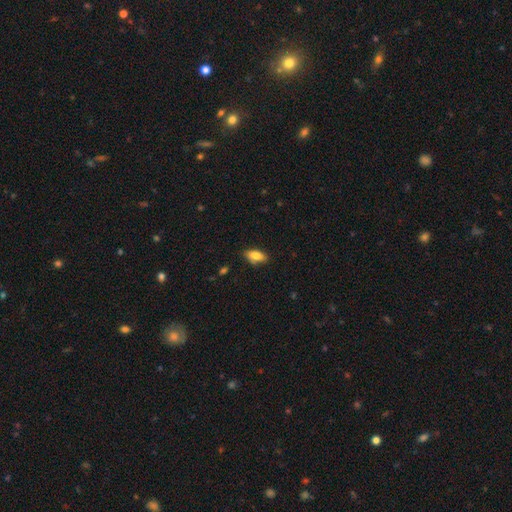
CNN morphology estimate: Smooth or featured: smooth — 79% (featured or disk — 14%)
How rounded: in between — 84% (cigar-shaped — 13%)
Merging: none — 80% (minor disturbance — 16%)